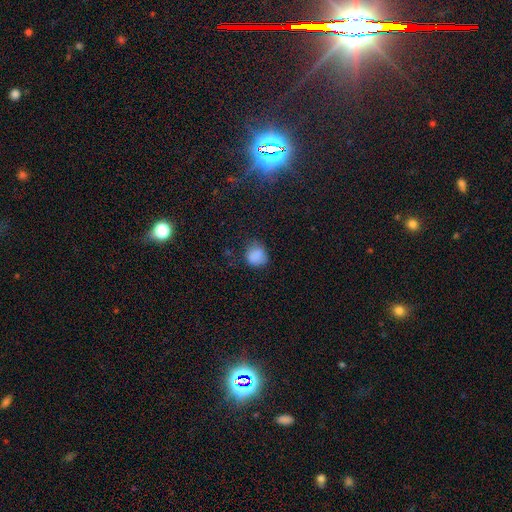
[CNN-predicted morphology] Smooth or featured? Predicted: smooth (p=0.83). How rounded? Predicted: round (p=0.78). Merging? Predicted: none (p=0.67).